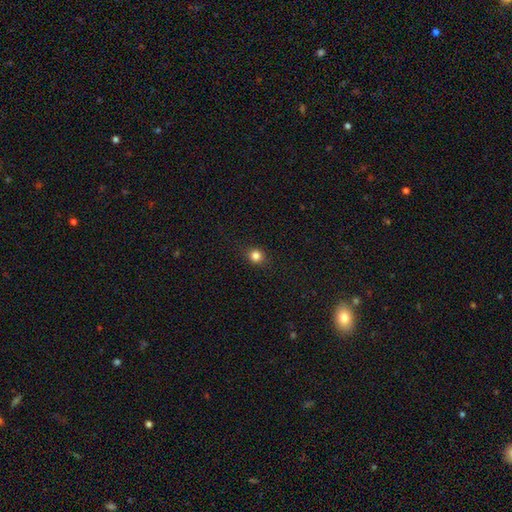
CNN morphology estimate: smooth 82%, star or artifact 13%, featured or disk 5%. Down the decision tree: how rounded — round (84%); merging — none (89%).